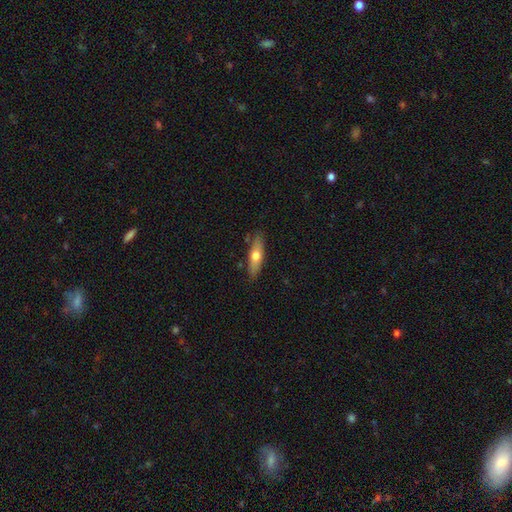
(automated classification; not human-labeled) This appears to be a smooth galaxy with no disk features (57%) that is cigar-shaped (59%). Merging: none (83%).